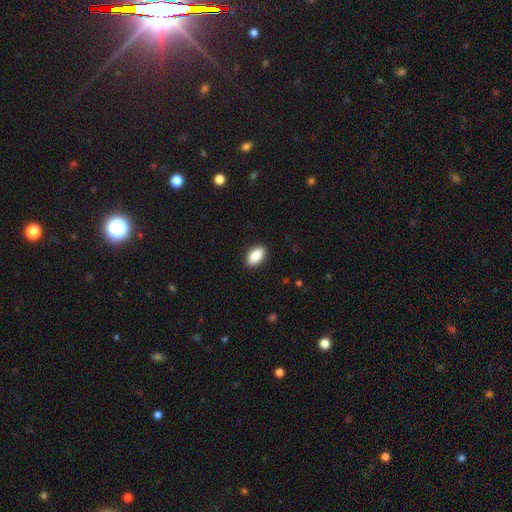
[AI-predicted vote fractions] Smooth or featured? smooth (87%)
How rounded? in between (92%)
Merging? none (90%)